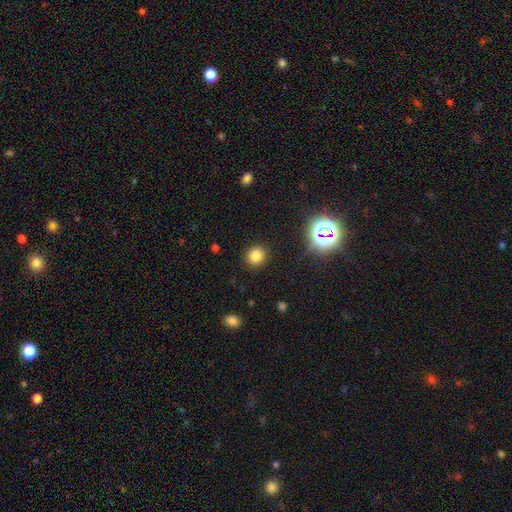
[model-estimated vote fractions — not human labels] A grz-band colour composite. It shows a smooth galaxy with no disk features (79%) that is round (83%). Merging: none (90%).